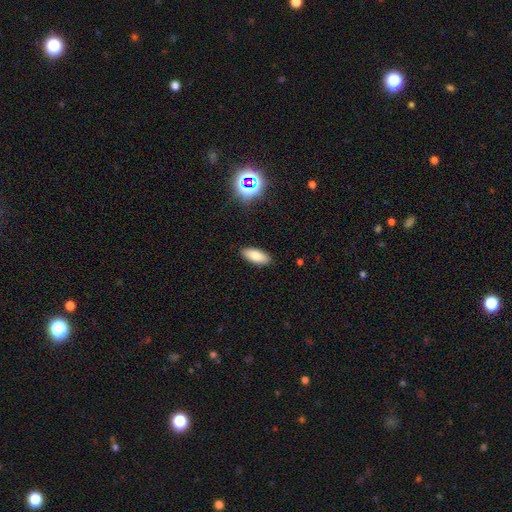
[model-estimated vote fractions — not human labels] Smooth or featured?
  - smooth: 80% *
  - featured or disk: 11%
  - star or artifact: 9%
How rounded?
  - in between: 81% *
  - cigar-shaped: 17%
  - round: 2%
Merging?
  - none: 89% *
  - minor disturbance: 8%
  - major disturbance: 2%
  - merger: 1%